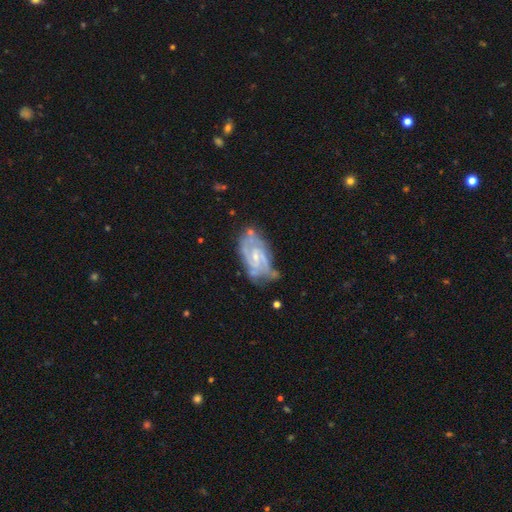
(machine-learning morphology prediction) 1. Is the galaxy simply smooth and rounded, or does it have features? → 84% featured or disk, 9% smooth, 6% star or artifact.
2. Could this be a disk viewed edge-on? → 96% no, 4% yes.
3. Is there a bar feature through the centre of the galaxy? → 46% weak, 43% no, 10% strong.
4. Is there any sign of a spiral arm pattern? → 94% yes, 6% no.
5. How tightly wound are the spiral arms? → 46% tight, 43% medium, 11% loose.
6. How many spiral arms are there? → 53% 2, 19% can't tell, 16% 3, 4% 4, 3% 1, 3% more than 4.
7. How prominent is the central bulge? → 67% small, 25% moderate, 6% none, 1% large, 1% dominant.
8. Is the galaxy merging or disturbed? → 59% none, 26% minor disturbance, 10% major disturbance, 5% merger.